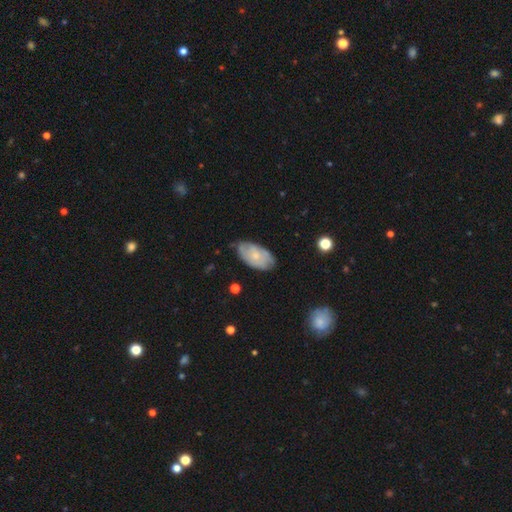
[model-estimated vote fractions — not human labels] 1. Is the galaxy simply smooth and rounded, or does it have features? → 52% smooth, 42% featured or disk, 6% star or artifact.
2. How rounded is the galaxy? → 94% in between, 4% round, 2% cigar-shaped.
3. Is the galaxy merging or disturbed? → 69% none, 24% minor disturbance, 5% major disturbance, 2% merger.